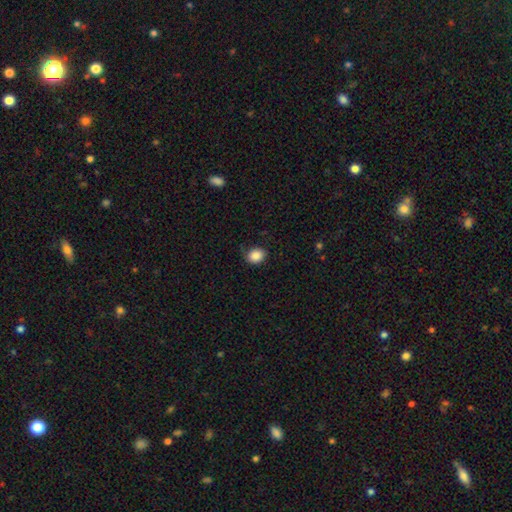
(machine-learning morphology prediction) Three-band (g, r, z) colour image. It shows a smooth galaxy with no disk features (88%) that is round (57%). Merging: none (81%).